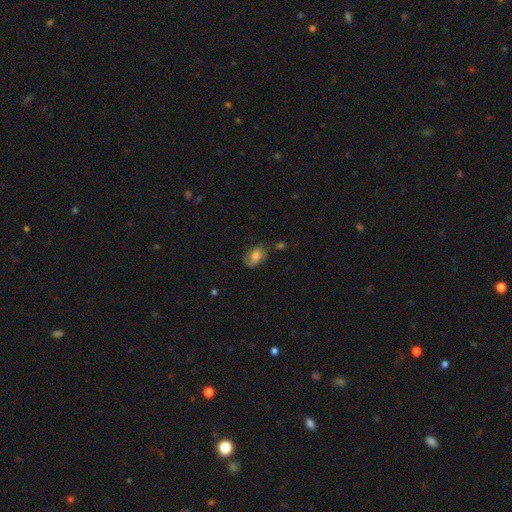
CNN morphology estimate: Q: Smooth or featured?
A: smooth (56%); runner-up: featured or disk (35%)
Q: How rounded?
A: in between (82%); runner-up: round (16%)
Q: Merging?
A: none (57%); runner-up: minor disturbance (28%)